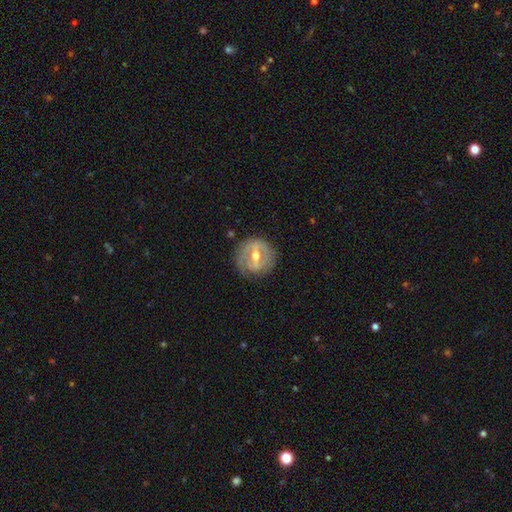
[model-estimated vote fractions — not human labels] smooth-or-featured: featured or disk: 71% | smooth: 23% | star or artifact: 6%
  disk-edge-on: no: 94% | yes: 6%
    bar: strong: 43% | weak: 41% | no: 16%
    has-spiral-arms: yes: 55% | no: 45%
    bulge-size: moderate: 73% | small: 21% | large: 4% | none: 1% | dominant: 1%
  merging: none: 78% | minor disturbance: 14% | major disturbance: 6% | merger: 1%